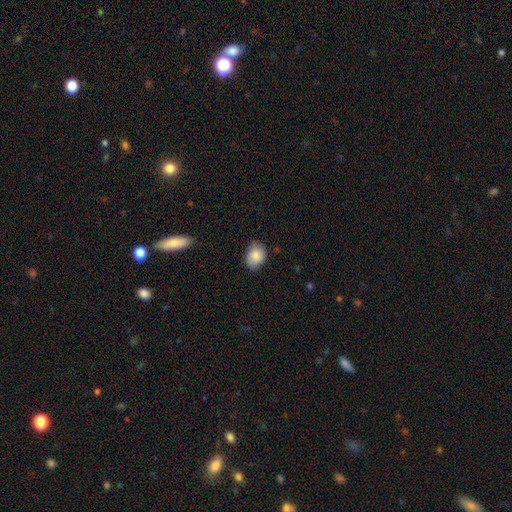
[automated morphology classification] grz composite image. It shows a smooth galaxy with no disk features (86%) that is in between round and cigar-shaped (68%). Merging: none (74%).